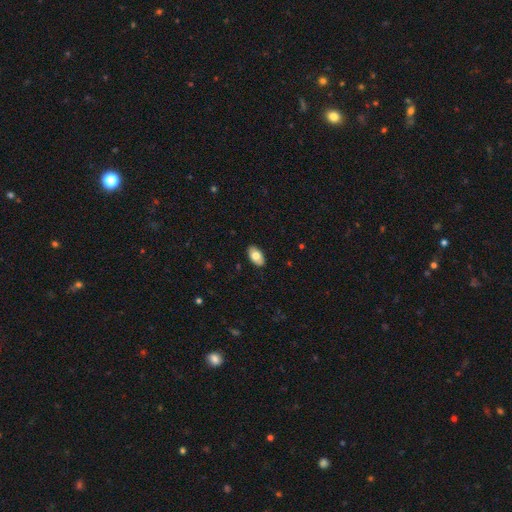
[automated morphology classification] smooth_or_featured: smooth (p=0.76) [alt: featured or disk p=0.17]
how_rounded: in between (p=0.94) [alt: round p=0.04]
merging: none (p=0.88) [alt: minor disturbance p=0.09]